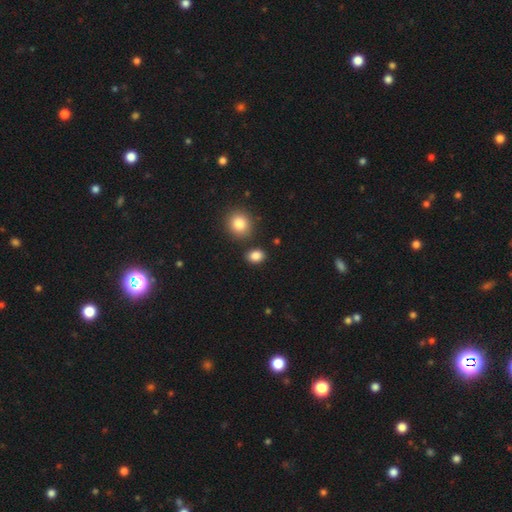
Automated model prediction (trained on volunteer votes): This is clearly a smooth galaxy (86%). How rounded: possibly in between (59%). Merging: clearly none (82%).